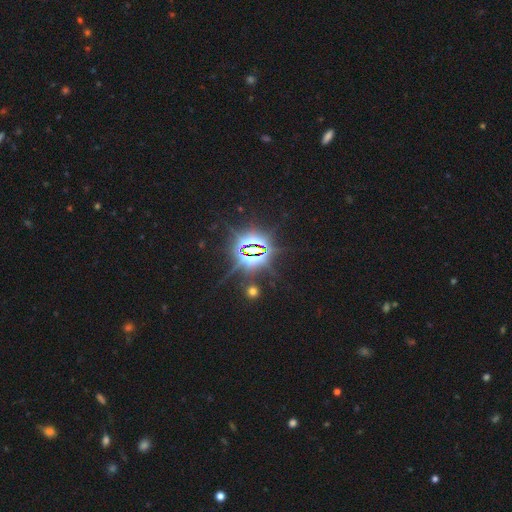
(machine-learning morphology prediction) Smooth or featured: star or artifact — 83% (smooth — 9%)